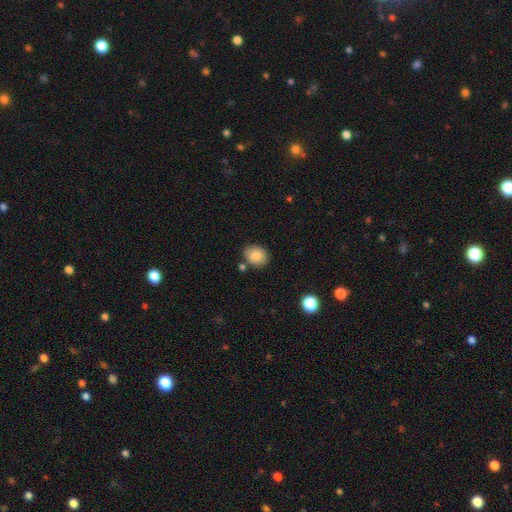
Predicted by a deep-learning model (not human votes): This appears to be a smooth galaxy with no disk features (86%) that is round (50%). Merging: none (77%).